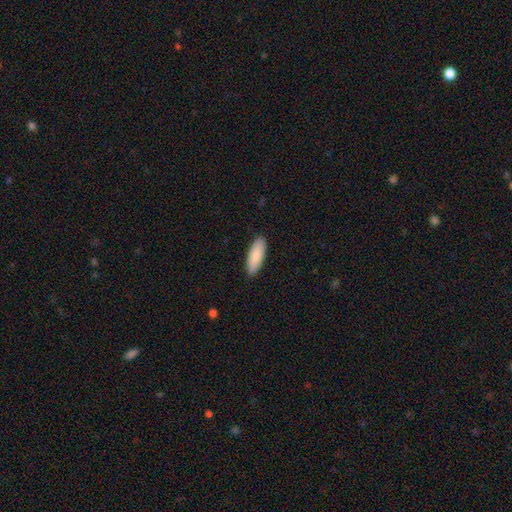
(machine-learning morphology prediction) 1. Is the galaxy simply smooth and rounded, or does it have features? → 87% smooth, 8% featured or disk, 5% star or artifact.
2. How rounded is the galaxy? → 67% in between, 32% cigar-shaped, 2% round.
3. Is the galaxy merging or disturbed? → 90% none, 8% minor disturbance, 1% major disturbance, 1% merger.